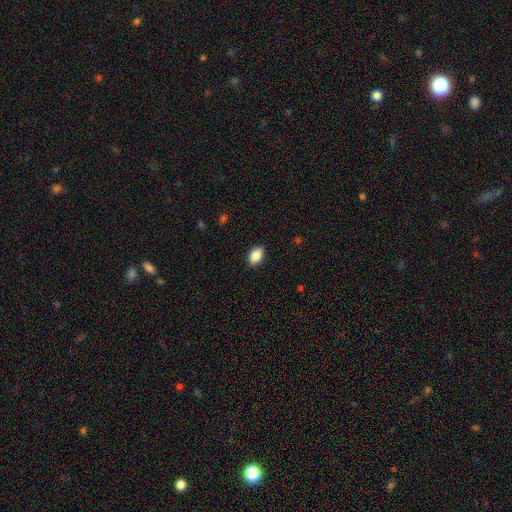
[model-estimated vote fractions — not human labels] The model was most divided on "merging": none: 85%, minor disturbance: 11%, major disturbance: 2%, merger: 1%. More confident: how rounded — in between (87%); smooth or featured — smooth (86%).